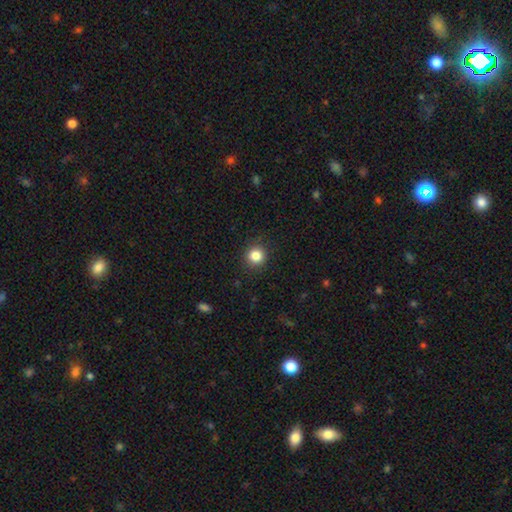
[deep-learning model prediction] This is clearly a smooth galaxy (84%). How rounded: clearly round (93%). Merging: clearly none (91%).